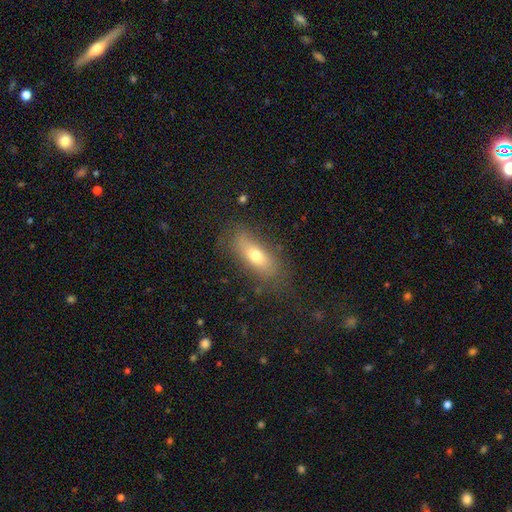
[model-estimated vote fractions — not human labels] Morphology: type=smooth (68%); roundness=in between (70%); merging=none (73%).